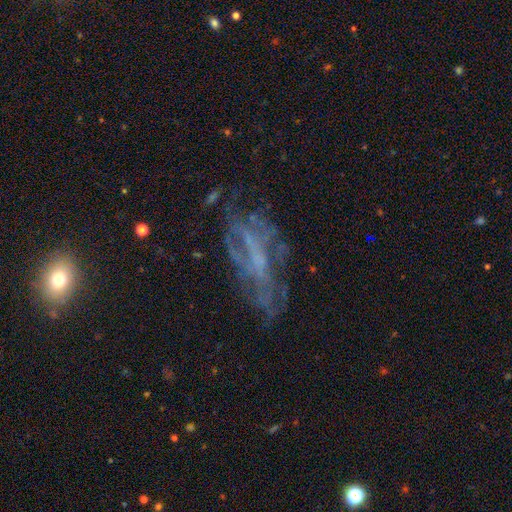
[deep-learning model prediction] Smooth or featured? featured or disk (63%)
Edge-on disk? no (87%)
Bar? no (60%)
Spiral arms? no (56%)
Bulge size? none (57%)
Merging? none (48%)